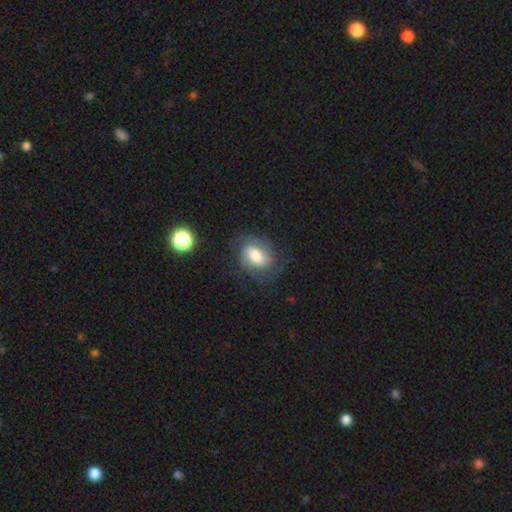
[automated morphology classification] smooth-or-featured: featured or disk: 56% | smooth: 35% | star or artifact: 9%
  disk-edge-on: no: 96% | yes: 4%
    bar: no: 44% | weak: 41% | strong: 15%
    has-spiral-arms: yes: 88% | no: 12%
    bulge-size: large: 42% | moderate: 36% | small: 11% | dominant: 7% | none: 3%
  merging: none: 65% | minor disturbance: 19% | major disturbance: 14% | merger: 2%